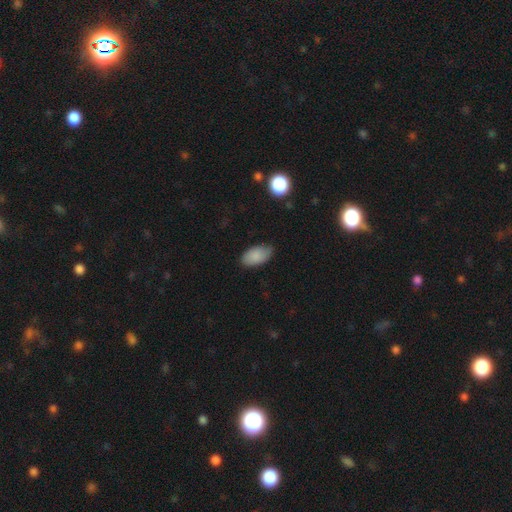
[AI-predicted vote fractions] A smooth galaxy with no disk features (87%) that is in between round and cigar-shaped (94%). Merging: none (76%).